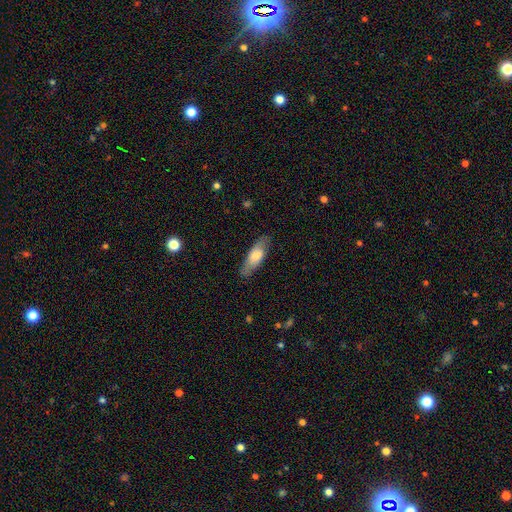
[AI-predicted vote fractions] smooth 66%, featured or disk 28%, star or artifact 6%. Down the decision tree: how rounded — in between (60%); merging — none (82%).